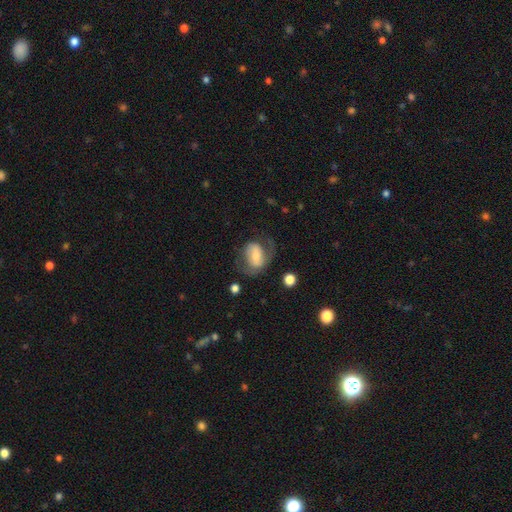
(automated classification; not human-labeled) Smooth or featured: featured or disk — 54% (smooth — 39%)
Edge-on disk: no — 96% (yes — 4%)
Bar: weak — 38% (no — 37%)
Spiral arms: yes — 78% (no — 22%)
Bulge size: moderate — 45% (small — 41%)
Merging: none — 47% (major disturbance — 26%)